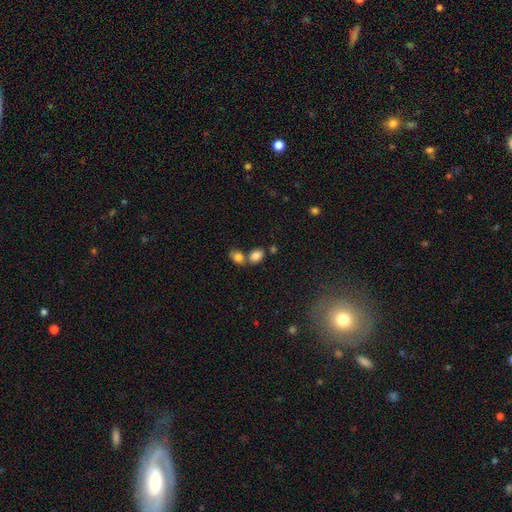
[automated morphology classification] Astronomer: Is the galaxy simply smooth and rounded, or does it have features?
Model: smooth — 83%.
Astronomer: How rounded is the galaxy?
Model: in between — 72%.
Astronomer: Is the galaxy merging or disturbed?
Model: none — 48% (runner-up: merger, 39%).